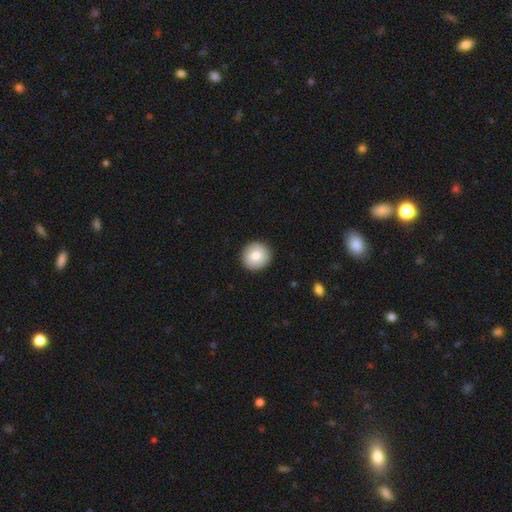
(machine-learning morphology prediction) Smooth or featured?
  - smooth: 78% *
  - featured or disk: 14%
  - star or artifact: 7%
How rounded?
  - round: 94% *
  - in between: 5%
  - cigar-shaped: 1%
Merging?
  - none: 92% *
  - minor disturbance: 5%
  - major disturbance: 2%
  - merger: 1%